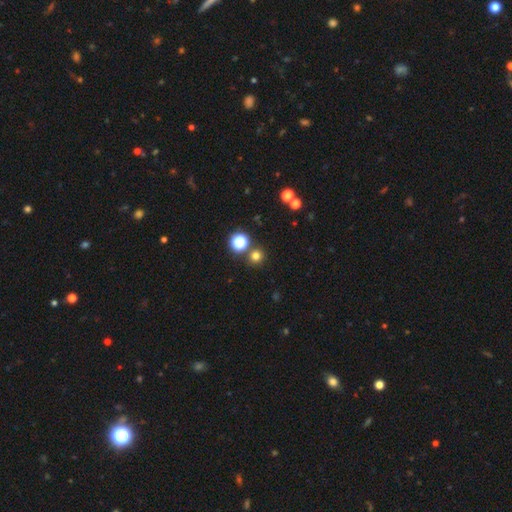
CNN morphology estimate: smooth 74%, star or artifact 20%, featured or disk 5%. Down the decision tree: how rounded — round (92%); merging — none (83%).